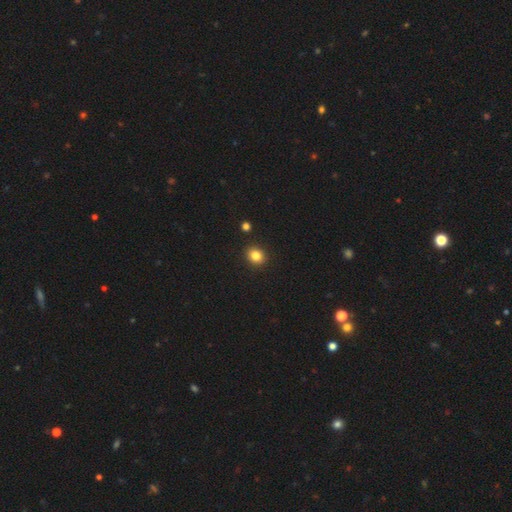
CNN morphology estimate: smooth-or-featured: smooth: 83% | star or artifact: 12% | featured or disk: 5%
  how-rounded: round: 71% | in between: 28% | cigar-shaped: 1%
  merging: none: 90% | minor disturbance: 6% | merger: 2% | major disturbance: 2%